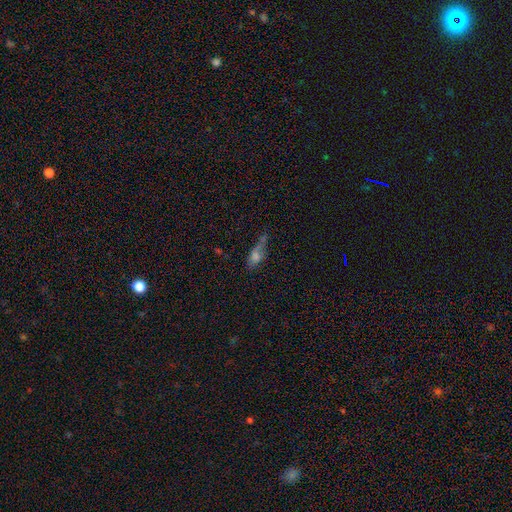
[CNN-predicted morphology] Smooth or featured? Predicted: smooth (p=0.57). How rounded? Predicted: in between (p=0.65). Merging? Predicted: none (p=0.33).